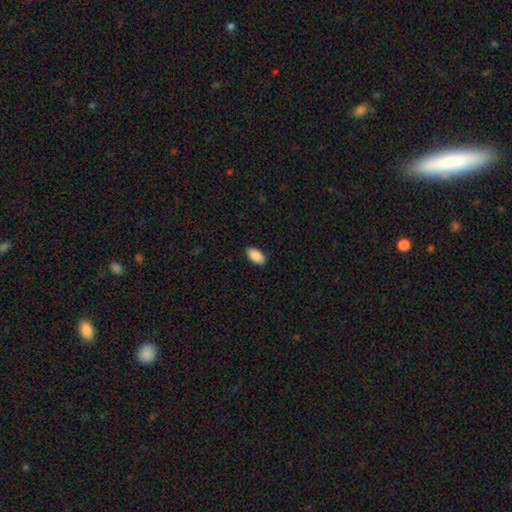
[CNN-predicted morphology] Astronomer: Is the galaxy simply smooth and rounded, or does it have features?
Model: smooth — 90%.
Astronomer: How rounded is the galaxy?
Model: in between — 94%.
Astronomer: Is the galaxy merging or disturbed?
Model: none — 88%.